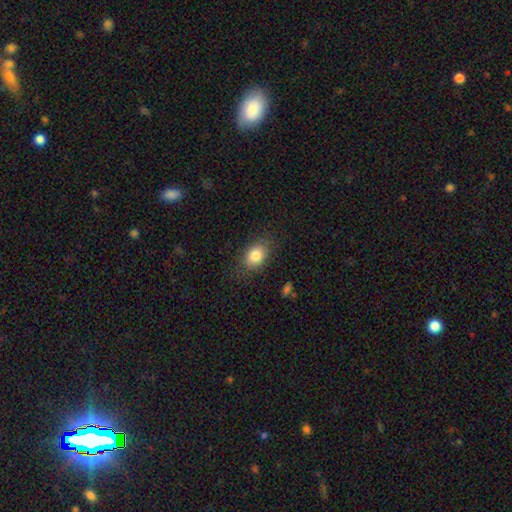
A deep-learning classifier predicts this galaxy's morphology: Smooth or featured? Predicted: smooth (p=0.82). How rounded? Predicted: in between (p=0.69). Merging? Predicted: none (p=0.80).